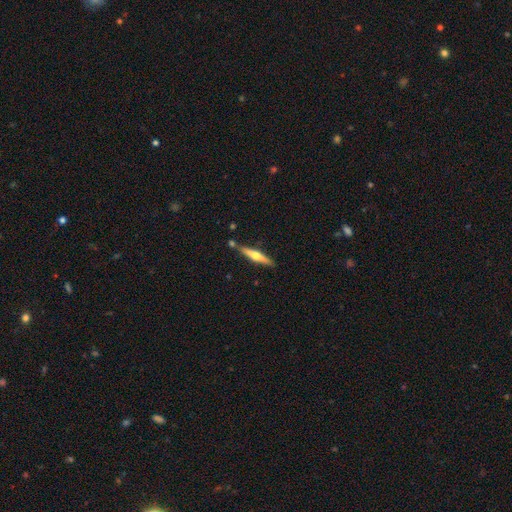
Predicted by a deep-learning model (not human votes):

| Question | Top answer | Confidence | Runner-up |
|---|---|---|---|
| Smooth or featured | featured or disk | 60% | smooth (34%) |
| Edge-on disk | yes | 96% | no (4%) |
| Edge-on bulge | rounded | 92% | none (5%) |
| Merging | none | 80% | minor disturbance (11%) |